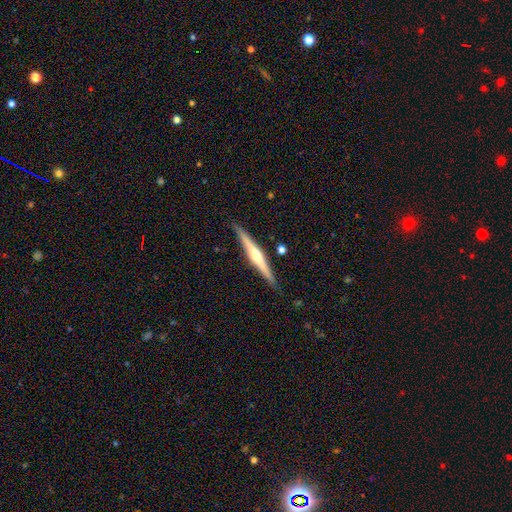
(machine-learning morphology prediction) Smooth or featured? featured or disk (73%)
Edge-on disk? yes (98%)
Edge-on bulge? rounded (90%)
Merging? none (89%)